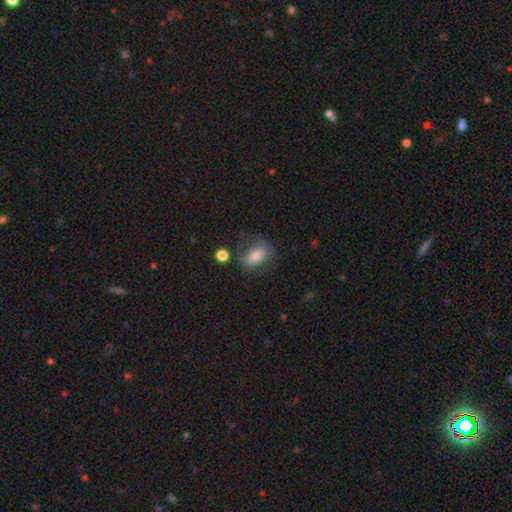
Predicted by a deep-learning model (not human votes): Smooth or featured?
  - smooth: 72% *
  - featured or disk: 19%
  - star or artifact: 9%
How rounded?
  - in between: 81% *
  - round: 15%
  - cigar-shaped: 3%
Merging?
  - none: 64% *
  - minor disturbance: 21%
  - major disturbance: 10%
  - merger: 5%